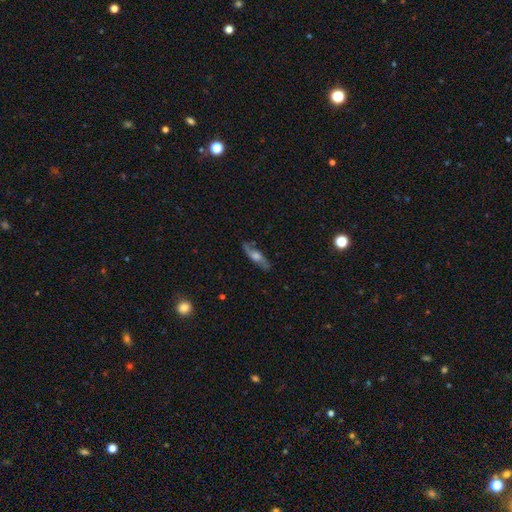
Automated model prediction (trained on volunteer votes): Smooth or featured: featured or disk — 66% (smooth — 26%)
Edge-on disk: yes — 52% (no — 48%)
Merging: none — 82% (minor disturbance — 13%)